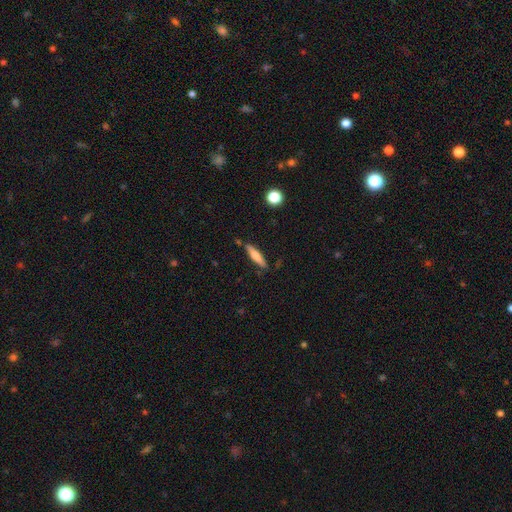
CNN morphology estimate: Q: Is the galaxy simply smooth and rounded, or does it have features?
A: smooth — 62%.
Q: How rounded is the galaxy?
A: cigar-shaped — 85%.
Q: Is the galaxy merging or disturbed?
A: none — 82%.